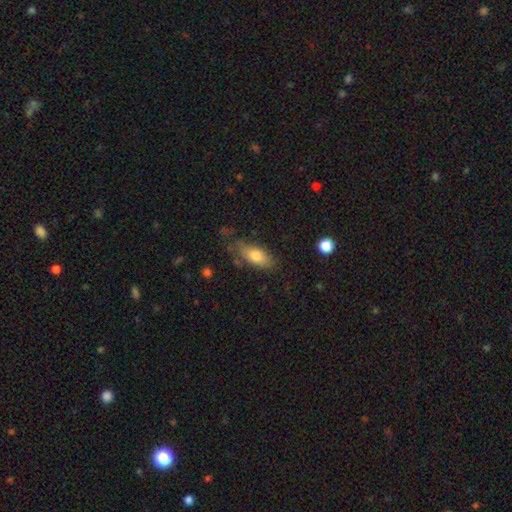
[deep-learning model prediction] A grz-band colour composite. It shows a smooth galaxy with no disk features (75%) that is in between round and cigar-shaped (81%). Merging: none (60%).